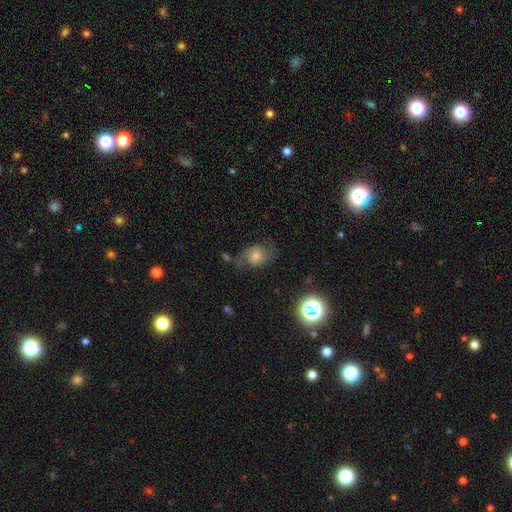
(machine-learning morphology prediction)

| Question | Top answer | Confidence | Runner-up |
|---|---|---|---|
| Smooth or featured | featured or disk | 49% | smooth (34%) |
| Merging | none | 59% | minor disturbance (23%) |